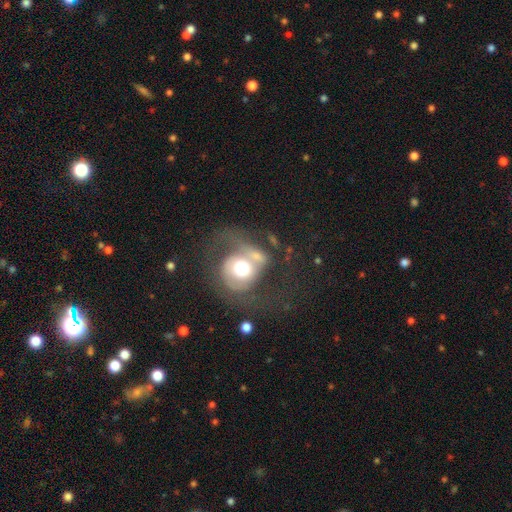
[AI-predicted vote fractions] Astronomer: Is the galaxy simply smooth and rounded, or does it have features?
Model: featured or disk — 60%.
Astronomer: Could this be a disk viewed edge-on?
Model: no — 97%.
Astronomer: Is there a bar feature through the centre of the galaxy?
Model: no — 75%.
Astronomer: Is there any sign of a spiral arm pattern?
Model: yes — 67%.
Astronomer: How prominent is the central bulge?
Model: moderate — 58%.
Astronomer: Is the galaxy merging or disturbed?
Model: major disturbance — 34% (runner-up: none, 30%).